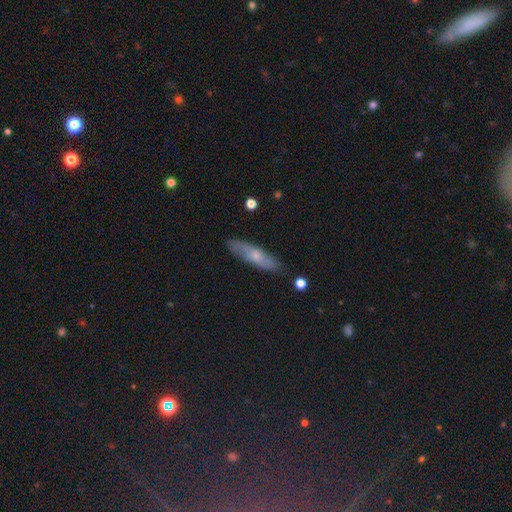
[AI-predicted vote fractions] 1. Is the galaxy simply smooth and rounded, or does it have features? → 51% smooth, 42% featured or disk, 7% star or artifact.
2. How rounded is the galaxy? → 68% cigar-shaped, 30% in between, 2% round.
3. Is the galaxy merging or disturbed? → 83% none, 13% minor disturbance, 3% major disturbance, 2% merger.